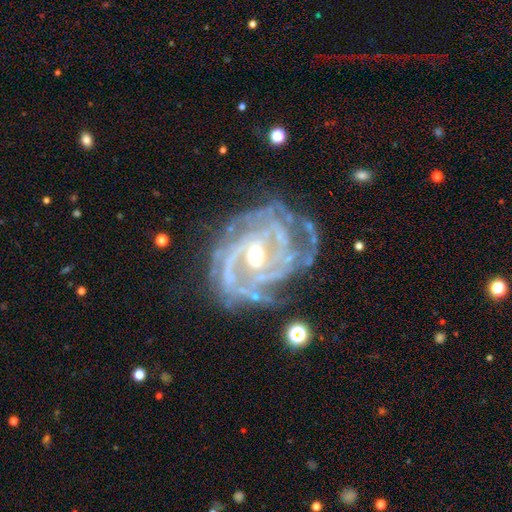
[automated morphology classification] The model was most divided on "bar": weak: 40%, no: 36%, strong: 24%. Remaining: edge-on disk — no (97%); spiral arms — yes (97%); smooth or featured — featured or disk (91%); spiral winding — tight (64%); merging — none (63%); bulge size — moderate (60%); spiral arm count — 3 (27%).